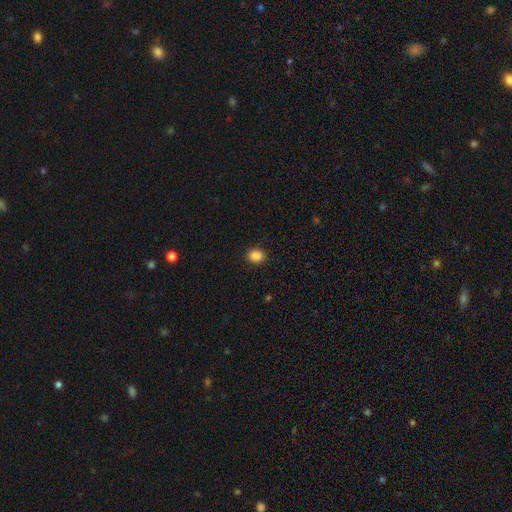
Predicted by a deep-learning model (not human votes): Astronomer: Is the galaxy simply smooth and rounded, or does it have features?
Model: smooth — 86%.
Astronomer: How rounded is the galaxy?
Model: round — 64%.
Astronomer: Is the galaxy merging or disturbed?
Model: none — 90%.